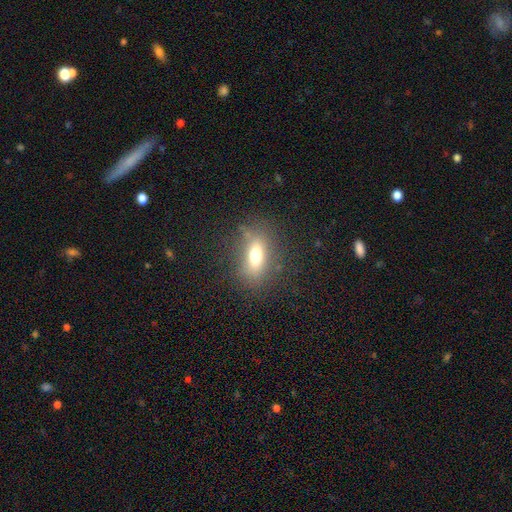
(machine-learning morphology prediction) This appears to be a smooth galaxy with no disk features (66%) that is in between round and cigar-shaped (72%). Merging: none (80%).